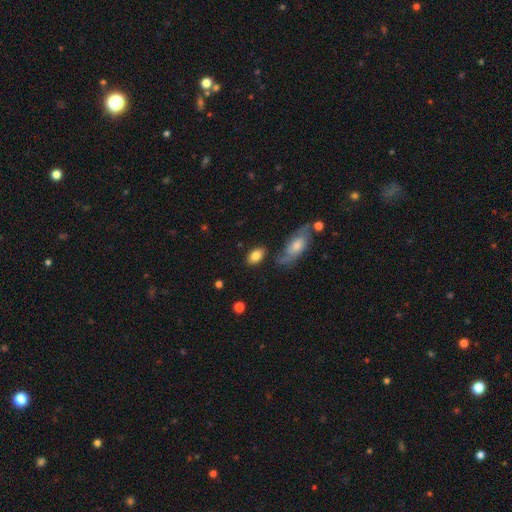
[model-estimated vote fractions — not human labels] The model was most divided on "merging": none: 73%, minor disturbance: 14%, merger: 7%, major disturbance: 5%. More confident: how rounded — in between (88%); smooth or featured — smooth (82%).